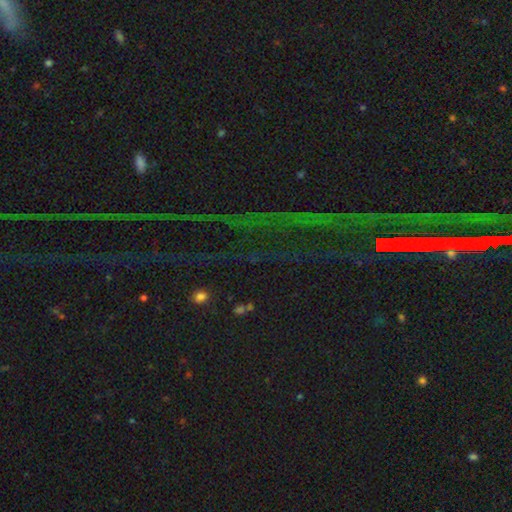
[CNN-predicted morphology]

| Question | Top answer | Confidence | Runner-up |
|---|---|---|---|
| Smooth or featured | star or artifact | 83% | smooth (9%) |